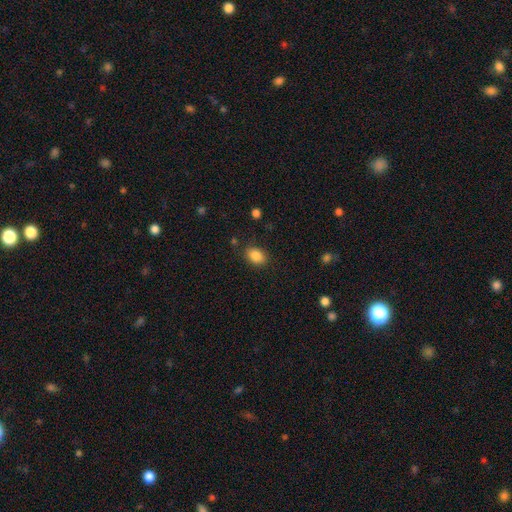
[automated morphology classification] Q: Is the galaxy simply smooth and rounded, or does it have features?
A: smooth — 86%.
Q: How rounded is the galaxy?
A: in between — 75%.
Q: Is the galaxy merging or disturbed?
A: none — 85%.